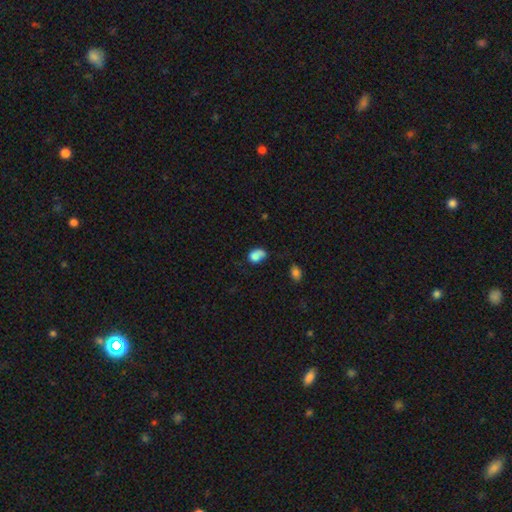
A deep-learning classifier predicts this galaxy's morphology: Q: Smooth or featured?
A: smooth (74%); runner-up: featured or disk (16%)
Q: How rounded?
A: in between (64%); runner-up: round (35%)
Q: Merging?
A: none (32%); runner-up: minor disturbance (25%)